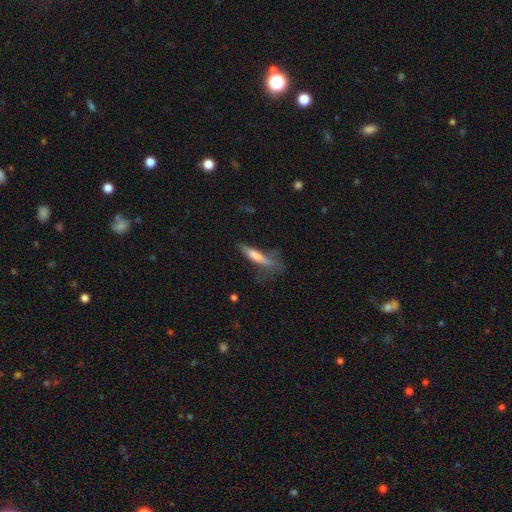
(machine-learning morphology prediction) A smooth galaxy with no disk features (57%) that is cigar-shaped (84%). Merging: none (49%).